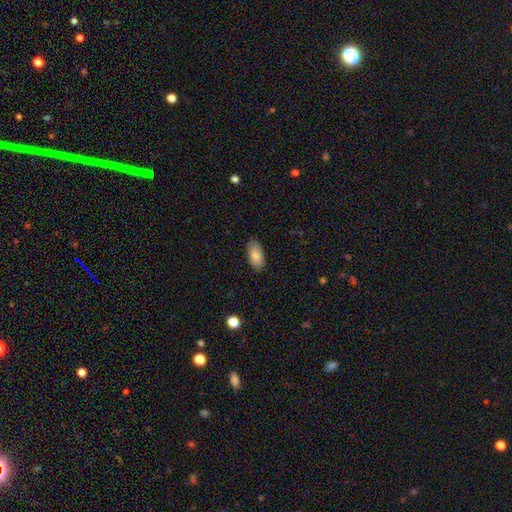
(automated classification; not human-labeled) Morphology: type=smooth (84%); roundness=in between (93%); merging=none (86%).